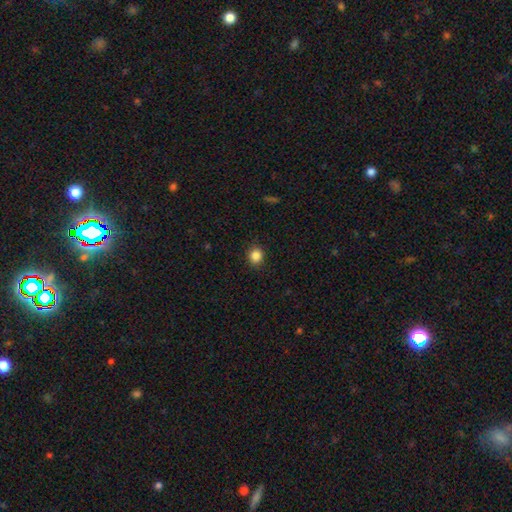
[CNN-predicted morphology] smooth-or-featured: smooth: 86% | star or artifact: 11% | featured or disk: 4%
  how-rounded: round: 77% | in between: 22% | cigar-shaped: 1%
  merging: none: 89% | minor disturbance: 7% | major disturbance: 2% | merger: 1%